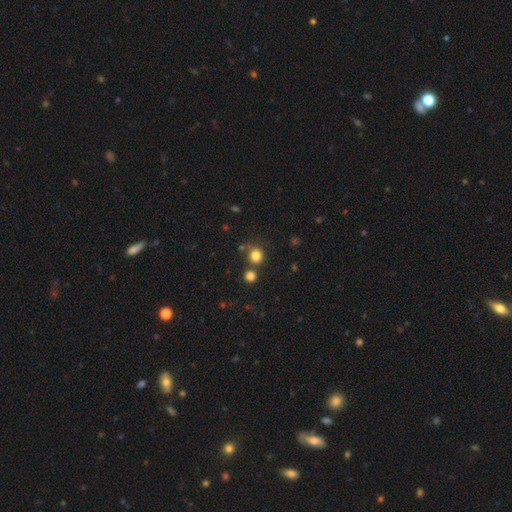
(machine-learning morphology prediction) Smooth or featured?
  - smooth: 81% *
  - star or artifact: 14%
  - featured or disk: 5%
How rounded?
  - round: 89% *
  - in between: 10%
  - cigar-shaped: 1%
Merging?
  - none: 75% *
  - merger: 14%
  - minor disturbance: 8%
  - major disturbance: 3%